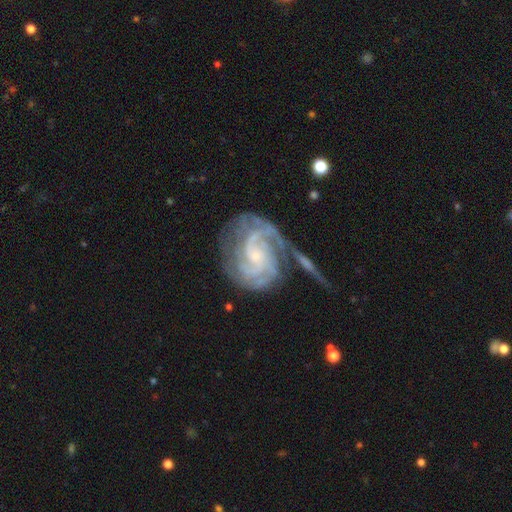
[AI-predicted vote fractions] smooth_or_featured: featured or disk (p=0.91) [alt: star or artifact p=0.05]
disk_edge_on: no (p=0.98) [alt: yes p=0.02]
bar: no (p=0.58) [alt: weak p=0.34]
has_spiral_arms: yes (p=0.98) [alt: no p=0.02]
spiral_winding: tight (p=0.58) [alt: medium p=0.35]
spiral_arm_count: 2 (p=0.39) [alt: 3 p=0.23]
bulge_size: small (p=0.74) [alt: moderate p=0.19]
merging: none (p=0.53) [alt: minor disturbance p=0.20]